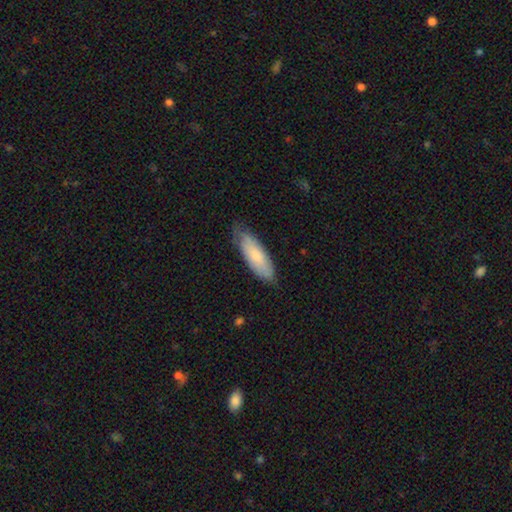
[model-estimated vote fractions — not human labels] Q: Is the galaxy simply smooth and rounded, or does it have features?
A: smooth — 74%.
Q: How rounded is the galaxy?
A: in between — 61%.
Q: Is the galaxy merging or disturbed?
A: none — 69%.